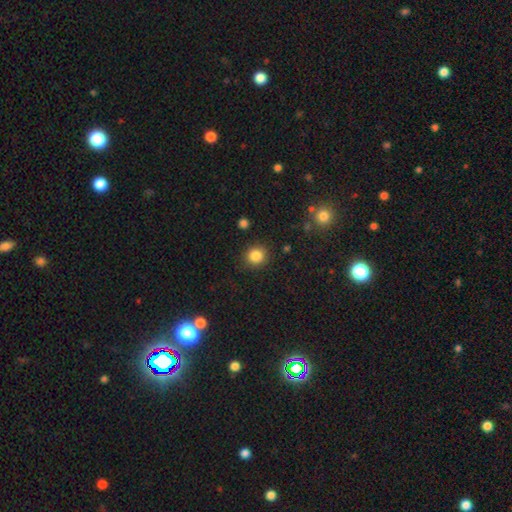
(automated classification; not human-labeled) Overall: smooth (85%). How rounded: round (86%). Merging: none (87%).